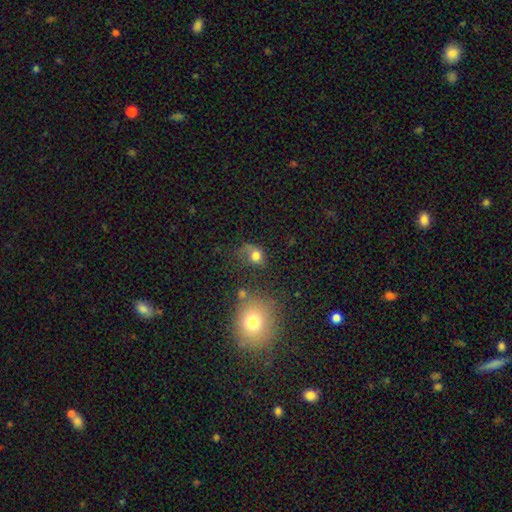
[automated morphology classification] Q: Smooth or featured?
A: smooth (71%); runner-up: featured or disk (16%)
Q: How rounded?
A: round (54%); runner-up: in between (45%)
Q: Merging?
A: none (37%); runner-up: major disturbance (27%)